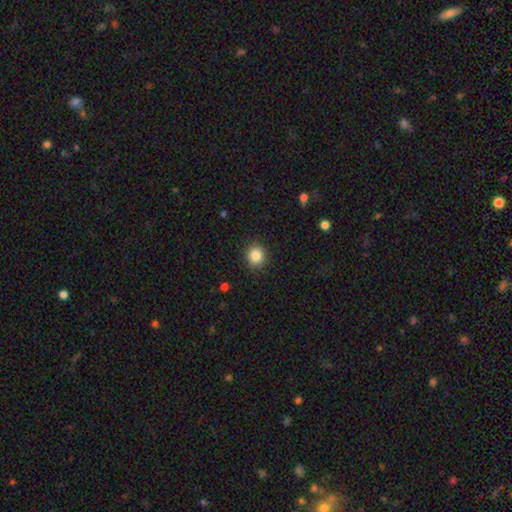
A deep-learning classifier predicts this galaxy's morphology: Overall: smooth (85%). How rounded: round (84%). Merging: none (90%).